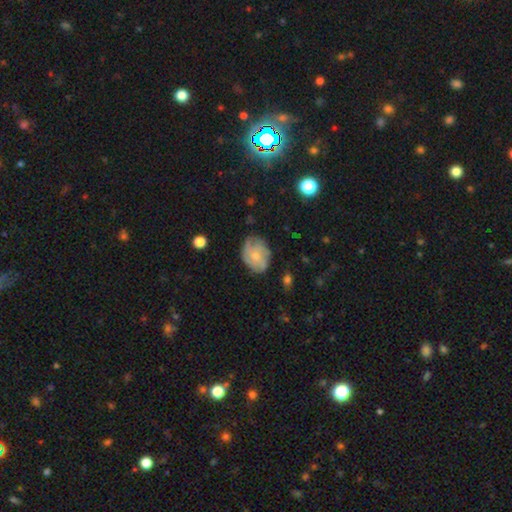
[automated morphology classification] smooth-or-featured: featured or disk: 57% | smooth: 35% | star or artifact: 8%
  disk-edge-on: no: 97% | yes: 3%
    bar: no: 77% | weak: 20% | strong: 2%
    has-spiral-arms: yes: 81% | no: 19%
    bulge-size: small: 48% | moderate: 32% | none: 16% | large: 3% | dominant: 1%
  merging: none: 68% | minor disturbance: 22% | major disturbance: 9% | merger: 2%